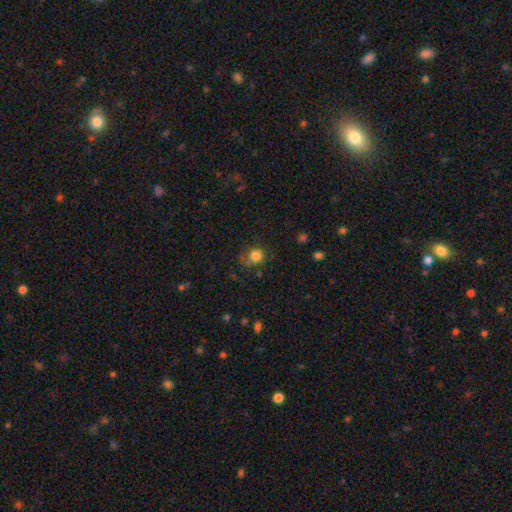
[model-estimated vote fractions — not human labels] Smooth or featured? Predicted: smooth (p=0.79). How rounded? Predicted: round (p=0.81). Merging? Predicted: none (p=0.62).